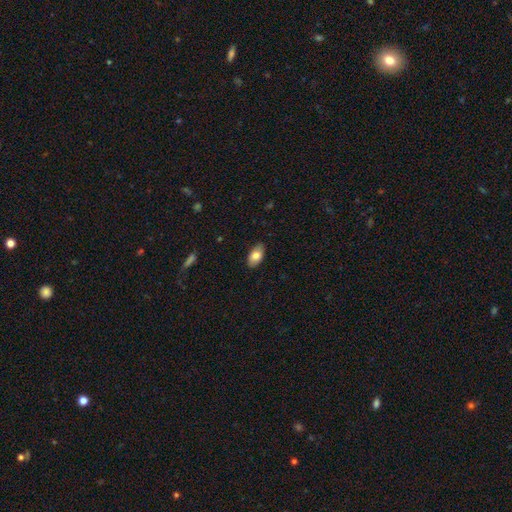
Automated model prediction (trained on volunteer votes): smooth 80%, featured or disk 13%, star or artifact 7%. Down the decision tree: how rounded — in between (93%); merging — none (87%).